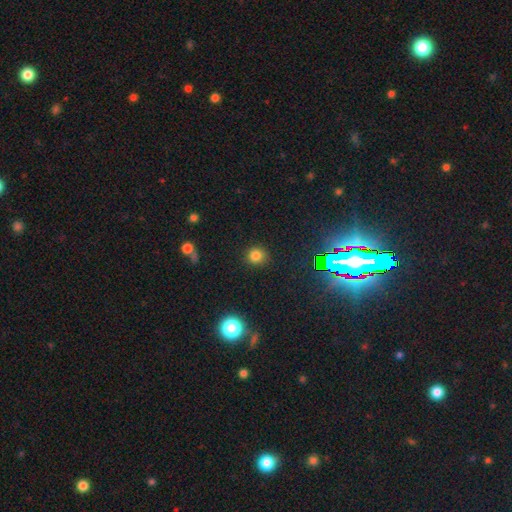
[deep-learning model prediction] A smooth galaxy with no disk features (78%) that is round (90%).

Vote fractions:
- Smooth or featured? smooth: 78% / star or artifact: 17% / featured or disk: 6%
- How rounded? round: 90% / in between: 9% / cigar-shaped: 1%
- Merging? none: 88% / minor disturbance: 8% / major disturbance: 3% / merger: 2%